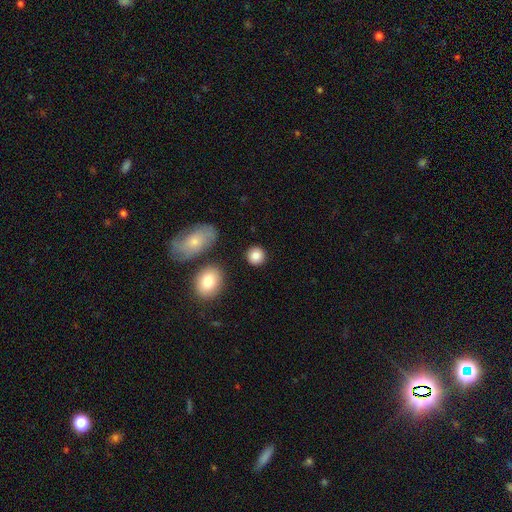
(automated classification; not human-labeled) Smooth or featured?
  - smooth: 85% *
  - star or artifact: 9%
  - featured or disk: 6%
How rounded?
  - round: 91% *
  - in between: 8%
  - cigar-shaped: 1%
Merging?
  - none: 88% *
  - minor disturbance: 7%
  - merger: 3%
  - major disturbance: 2%